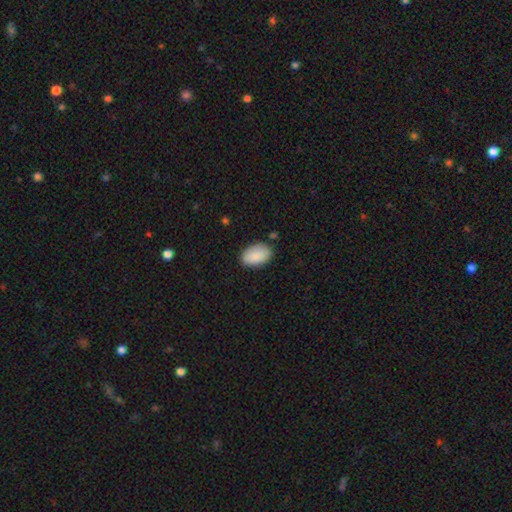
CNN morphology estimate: Smooth or featured?
  - smooth: 89% *
  - star or artifact: 6%
  - featured or disk: 5%
How rounded?
  - in between: 93% *
  - round: 6%
  - cigar-shaped: 1%
Merging?
  - none: 82% *
  - minor disturbance: 14%
  - major disturbance: 3%
  - merger: 2%